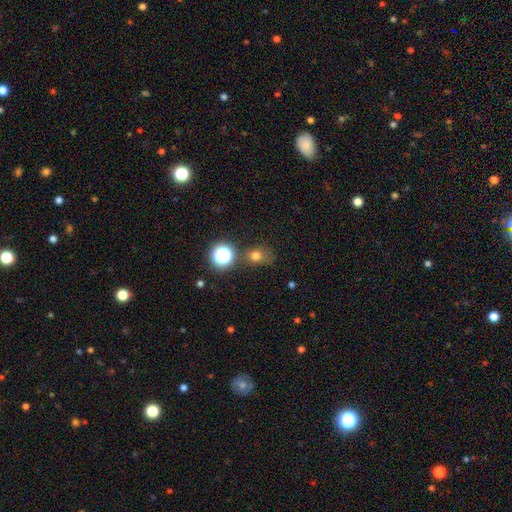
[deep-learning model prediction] Smooth or featured?
  - smooth: 70% *
  - star or artifact: 21%
  - featured or disk: 9%
How rounded?
  - round: 61% *
  - in between: 38%
  - cigar-shaped: 1%
Merging?
  - none: 63% *
  - minor disturbance: 20%
  - major disturbance: 9%
  - merger: 8%